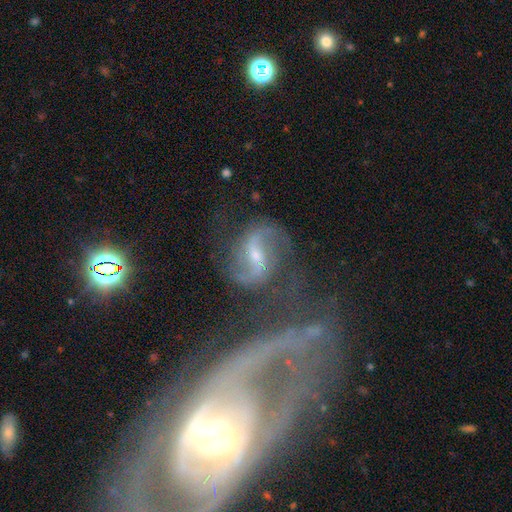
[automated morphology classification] This is clearly a featured or disk galaxy (87%). It is clearly not viewed edge-on (97%). Bar: marginally weak (43%). Spiral arm pattern: clearly yes (96%). Spiral arm count: clearly 2 (92%). Spiral winding: possibly loose (48%). Central bulge: possibly small (55%). Merging: likely none (62%).